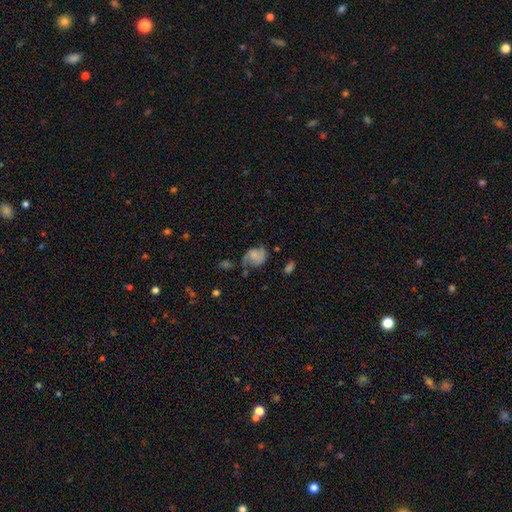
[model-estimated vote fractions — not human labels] The model was most divided on "smooth or featured": smooth: 50%, featured or disk: 40%, star or artifact: 10%. Remaining: merging — none (43%).